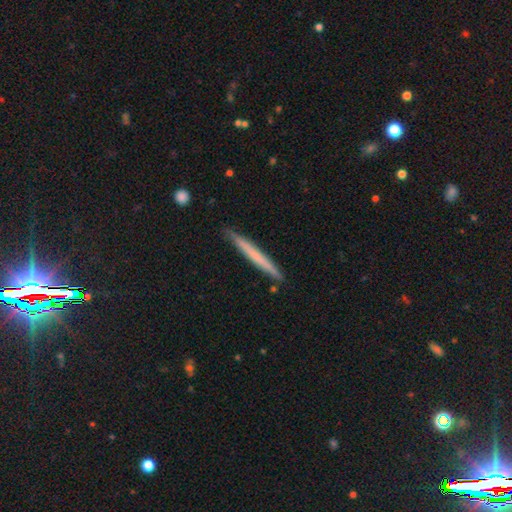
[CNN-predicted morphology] Overall: smooth (59%; featured or disk 36%). How rounded: cigar-shaped (97%). Merging: none (88%).